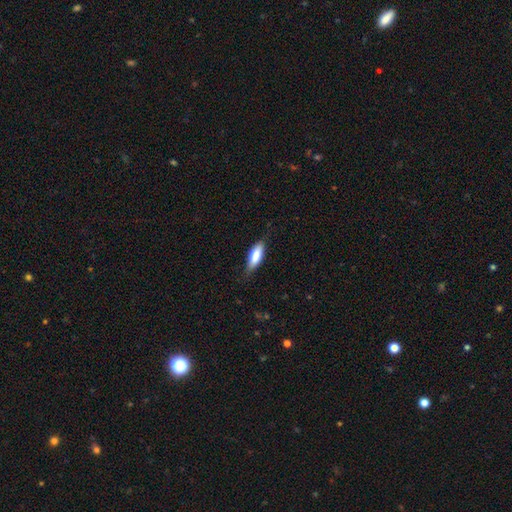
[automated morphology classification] Smooth or featured? smooth (78%)
How rounded? in between (68%)
Merging? none (72%)